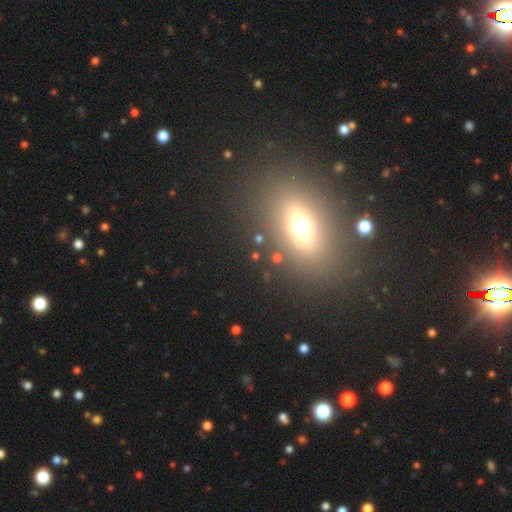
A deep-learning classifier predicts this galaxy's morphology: A smooth galaxy with no disk features (48%). Merging: none (84%).